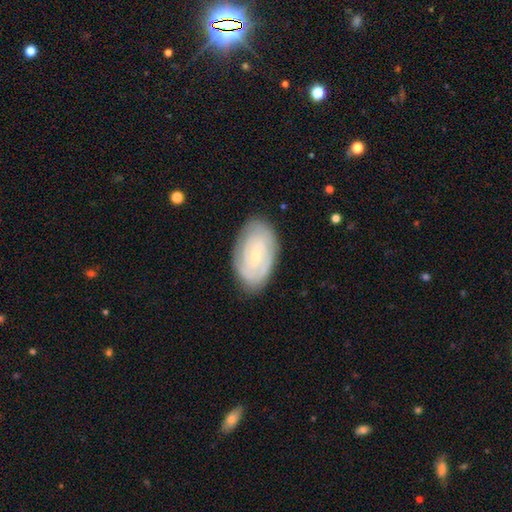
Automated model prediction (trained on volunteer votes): This appears to be a featured or disk galaxy (75%) with no bar (52%), tight (74%) spiral arms (90%) and a small central bulge (77%). Merging: none (82%).